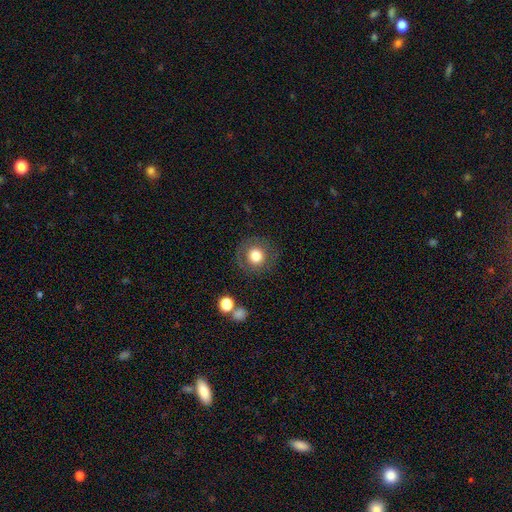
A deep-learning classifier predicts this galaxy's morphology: Overall: smooth (73%). How rounded: round (93%). Merging: none (82%).